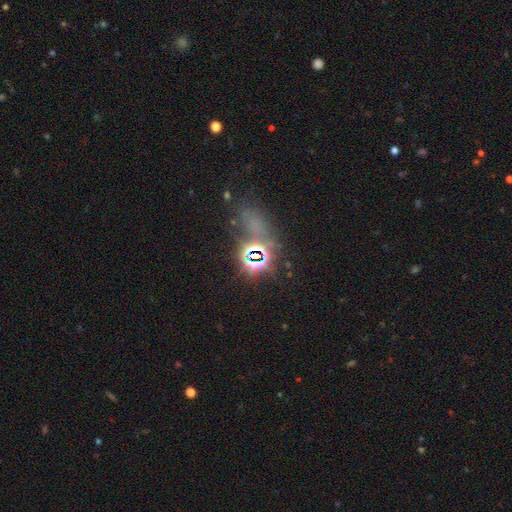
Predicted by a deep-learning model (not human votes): Smooth or featured: star or artifact — 71% (smooth — 18%)